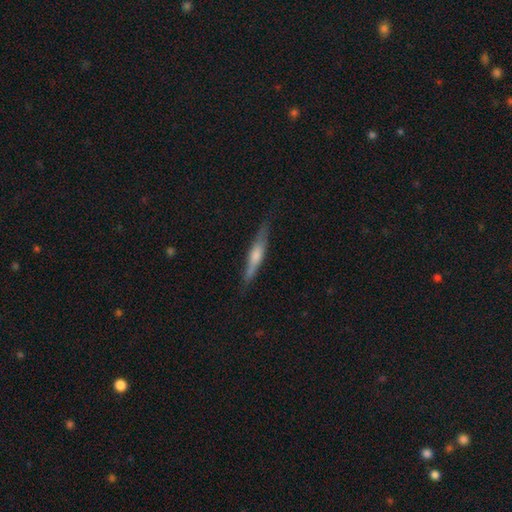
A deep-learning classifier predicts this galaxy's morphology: A featured or disk galaxy (52%) viewed edge-on (93%).

Vote fractions:
- Smooth or featured? featured or disk: 52% / smooth: 42% / star or artifact: 6%
- Edge-on disk? yes: 93% / no: 7%
- Merging? none: 81% / minor disturbance: 14% / major disturbance: 3% / merger: 1%